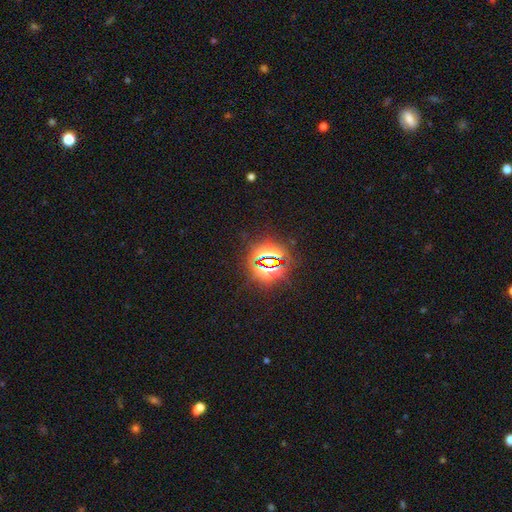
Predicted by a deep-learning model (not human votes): smooth_or_featured: star or artifact (p=0.82) [alt: smooth p=0.11]